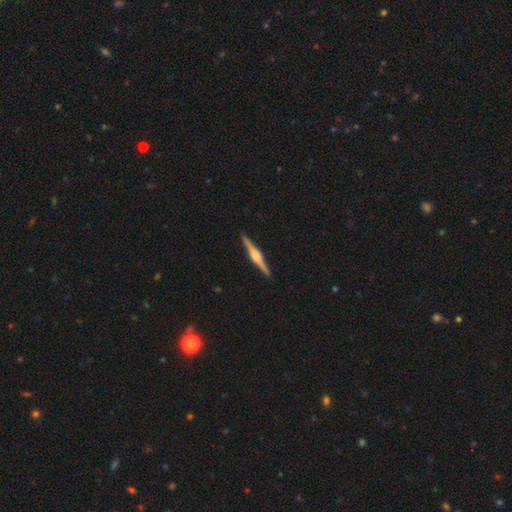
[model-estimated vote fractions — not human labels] This appears to be a featured or disk galaxy (81%) viewed edge-on (99%) with a rounded central bulge (76%). Merging: none (92%).